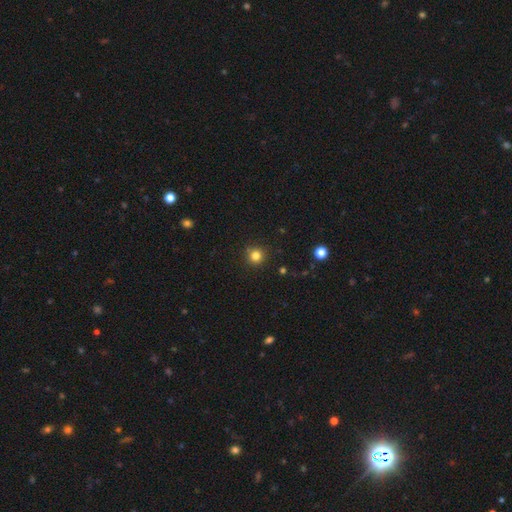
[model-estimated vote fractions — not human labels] This appears to be a smooth galaxy with no disk features (81%) that is round (95%). Merging: none (91%).